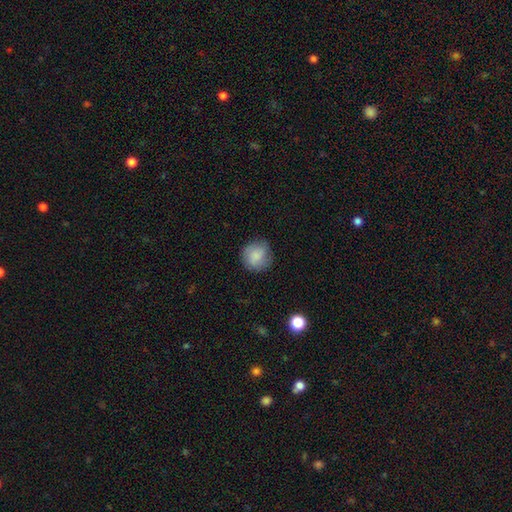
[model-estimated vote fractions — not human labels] The model was most divided on "merging": none: 78%, minor disturbance: 17%, major disturbance: 4%, merger: 1%. More confident: how rounded — round (90%); smooth or featured — smooth (83%).